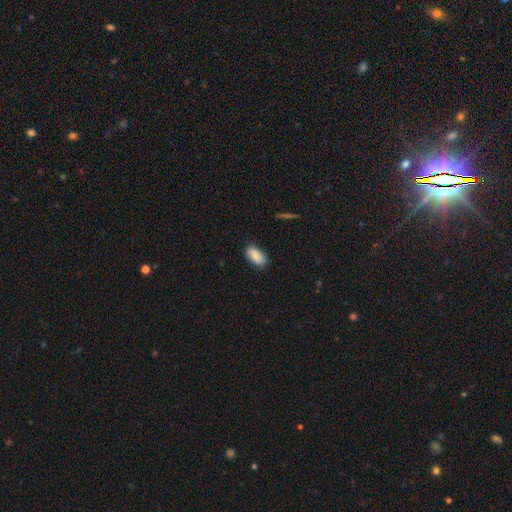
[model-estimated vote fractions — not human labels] A smooth galaxy with no disk features (86%) that is in between round and cigar-shaped (93%).

Vote fractions:
- Smooth or featured? smooth: 86% / featured or disk: 8% / star or artifact: 7%
- How rounded? in between: 93% / cigar-shaped: 4% / round: 3%
- Merging? none: 81% / minor disturbance: 15% / major disturbance: 3% / merger: 1%